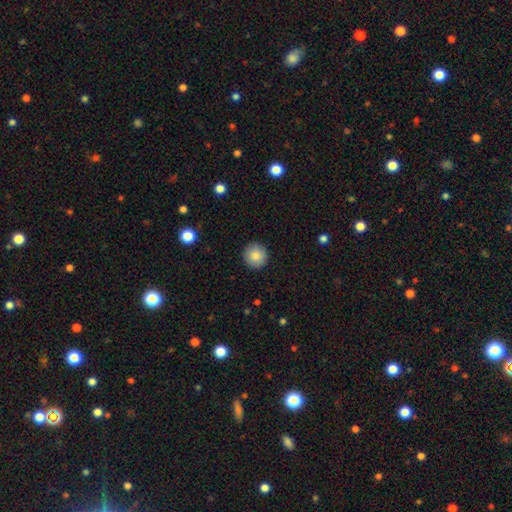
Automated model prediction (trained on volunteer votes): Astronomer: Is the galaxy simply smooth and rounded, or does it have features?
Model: smooth — 84%.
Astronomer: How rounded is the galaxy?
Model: round — 95%.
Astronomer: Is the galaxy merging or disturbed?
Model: none — 92%.